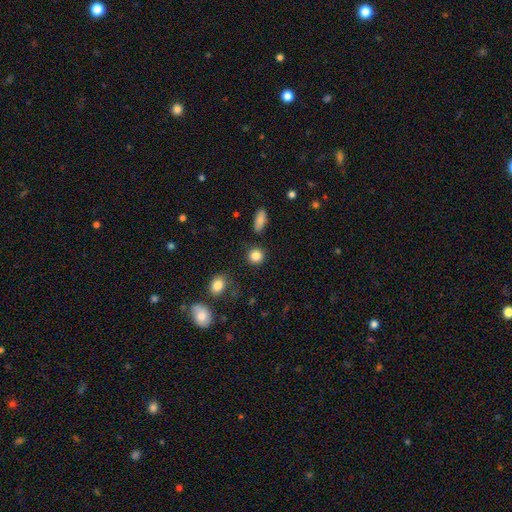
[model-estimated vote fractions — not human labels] smooth-or-featured: smooth: 86% | star or artifact: 10% | featured or disk: 4%
  how-rounded: round: 89% | in between: 10% | cigar-shaped: 1%
  merging: none: 87% | minor disturbance: 7% | merger: 3% | major disturbance: 3%